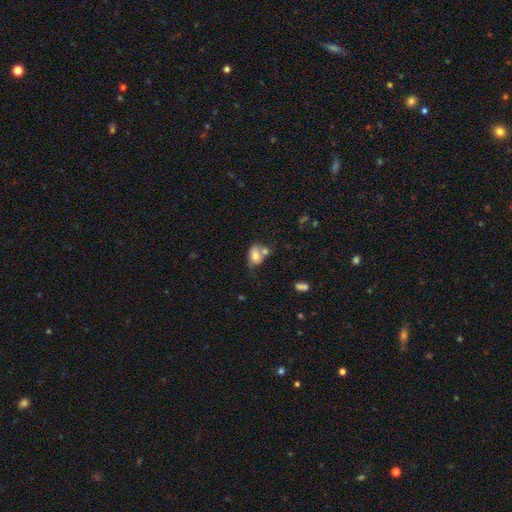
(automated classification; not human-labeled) Smooth or featured? smooth (69%)
How rounded? in between (83%)
Merging? merger (41%)